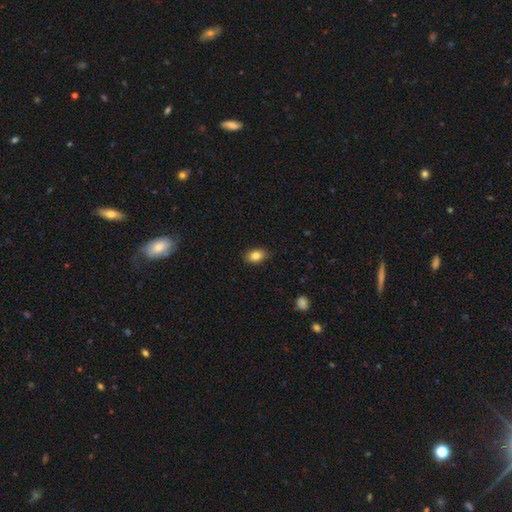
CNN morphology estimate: Smooth or featured?
  - smooth: 84% *
  - star or artifact: 8%
  - featured or disk: 8%
How rounded?
  - in between: 84% *
  - round: 14%
  - cigar-shaped: 2%
Merging?
  - none: 86% *
  - minor disturbance: 11%
  - major disturbance: 2%
  - merger: 1%